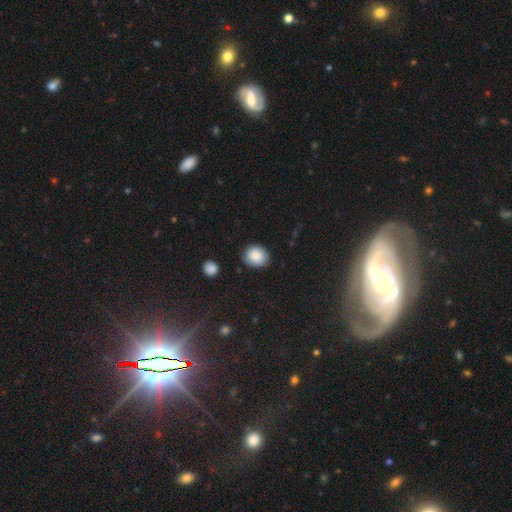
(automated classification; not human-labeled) This is clearly a smooth galaxy (86%). How rounded: likely round (65%). Merging: clearly none (81%).